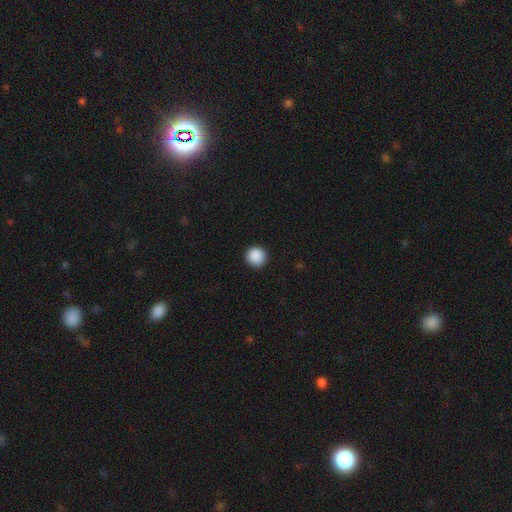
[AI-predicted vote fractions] A smooth galaxy with no disk features (89%) that is round (94%).

Vote fractions:
- Smooth or featured? smooth: 89% / star or artifact: 9% / featured or disk: 2%
- How rounded? round: 94% / in between: 5% / cigar-shaped: 1%
- Merging? none: 93% / minor disturbance: 5% / major disturbance: 2% / merger: 1%